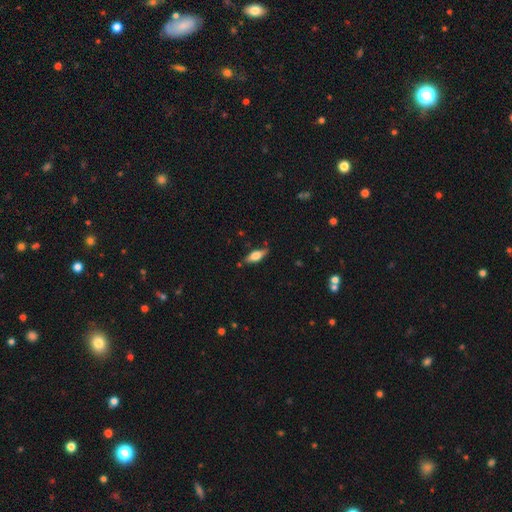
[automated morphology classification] Smooth or featured? Predicted: smooth (p=0.57). How rounded? Predicted: in between (p=0.63). Merging? Predicted: none (p=0.77).